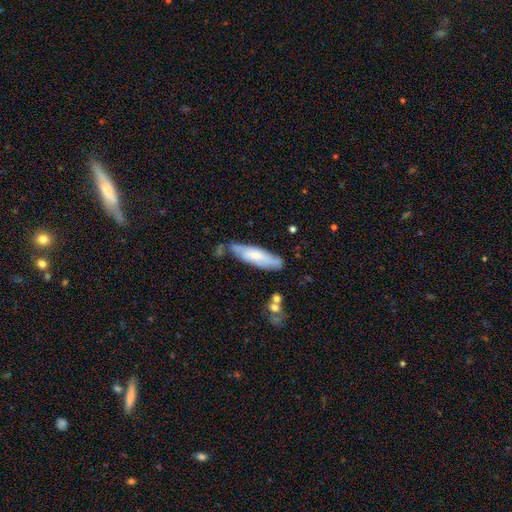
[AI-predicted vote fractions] Q: Smooth or featured?
A: smooth (52%); runner-up: featured or disk (42%)
Q: How rounded?
A: cigar-shaped (60%); runner-up: in between (39%)
Q: Merging?
A: none (55%); runner-up: minor disturbance (30%)